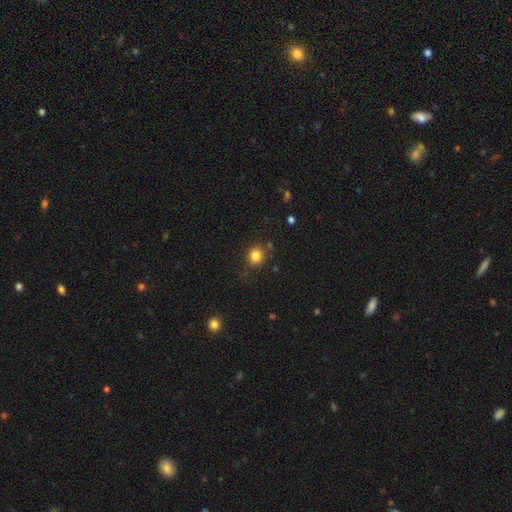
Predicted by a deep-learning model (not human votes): A smooth galaxy with no disk features (83%) that is round (82%). Merging: none (81%).